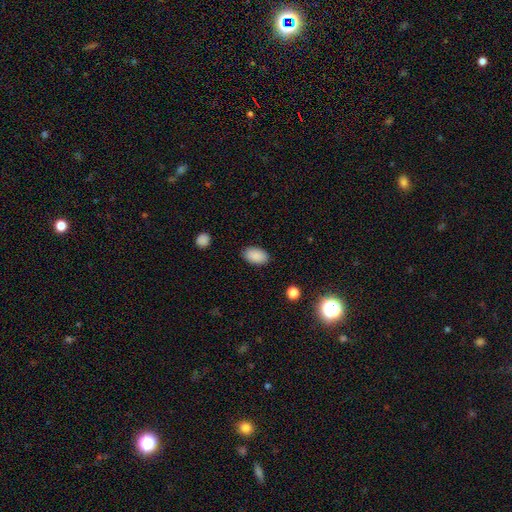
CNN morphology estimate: Smooth or featured? Predicted: smooth (p=0.90). How rounded? Predicted: in between (p=0.94). Merging? Predicted: none (p=0.88).